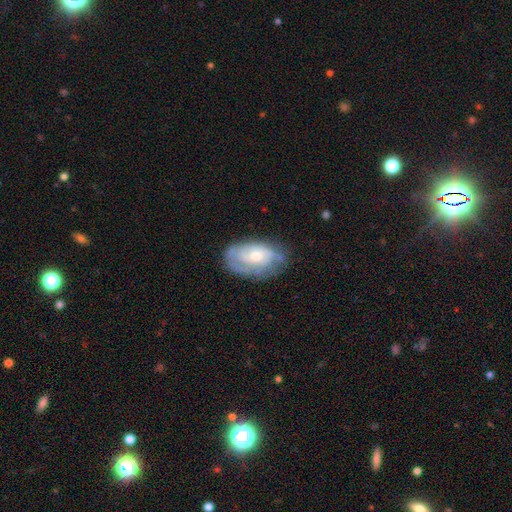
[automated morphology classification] A featured or disk galaxy (66%) with no bar (75%), spiral arms (79%) and a moderate central bulge (52%).

Vote fractions:
- Smooth or featured? featured or disk: 66% / smooth: 27% / star or artifact: 6%
- Edge-on disk? no: 95% / yes: 5%
- Bar? no: 75% / weak: 22% / strong: 3%
- Spiral arms? yes: 79% / no: 21%
- Bulge size? moderate: 52% / small: 37% / large: 7% / none: 3% / dominant: 1%
- Merging? none: 65% / minor disturbance: 24% / major disturbance: 9% / merger: 2%